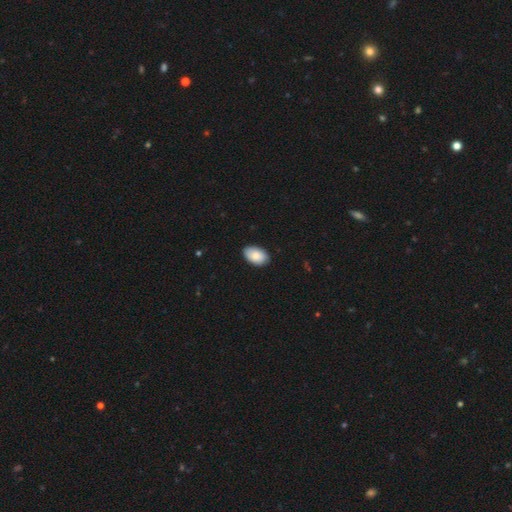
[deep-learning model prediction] This appears to be a smooth galaxy with no disk features (86%) that is in between round and cigar-shaped (93%). Merging: none (87%).